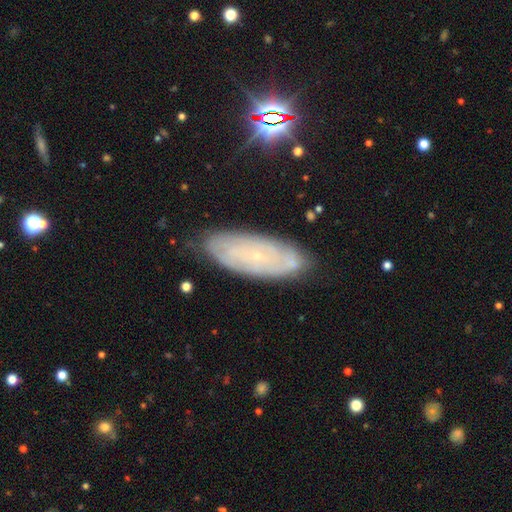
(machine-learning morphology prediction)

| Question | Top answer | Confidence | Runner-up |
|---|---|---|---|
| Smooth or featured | featured or disk | 66% | smooth (24%) |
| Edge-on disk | no | 87% | yes (13%) |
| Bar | no | 80% | weak (16%) |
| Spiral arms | yes | 81% | no (19%) |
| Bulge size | small | 87% | moderate (7%) |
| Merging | none | 80% | minor disturbance (15%) |